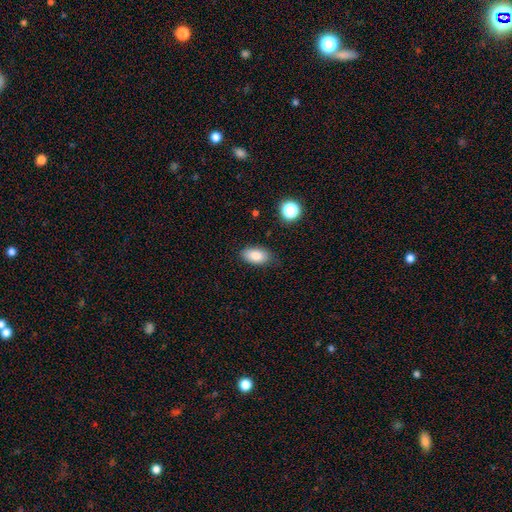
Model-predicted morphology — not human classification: smooth-or-featured: smooth: 85% | star or artifact: 8% | featured or disk: 6%
  how-rounded: in between: 93% | round: 5% | cigar-shaped: 2%
  merging: none: 80% | minor disturbance: 15% | major disturbance: 3% | merger: 1%